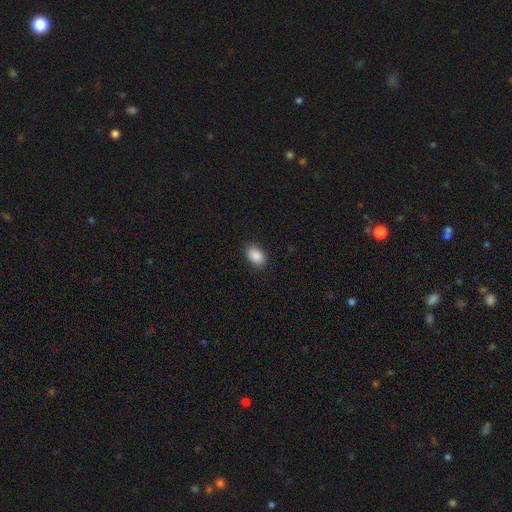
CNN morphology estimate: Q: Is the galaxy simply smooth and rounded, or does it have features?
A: smooth — 89%.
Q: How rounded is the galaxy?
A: in between — 86%.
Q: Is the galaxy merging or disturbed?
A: none — 87%.